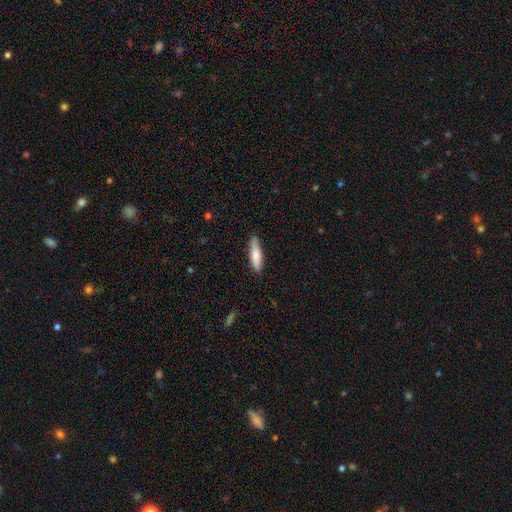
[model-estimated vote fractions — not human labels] The model was most divided on "how rounded": cigar-shaped: 71%, in between: 27%, round: 2%. More confident: merging — none (85%); smooth or featured — smooth (78%).